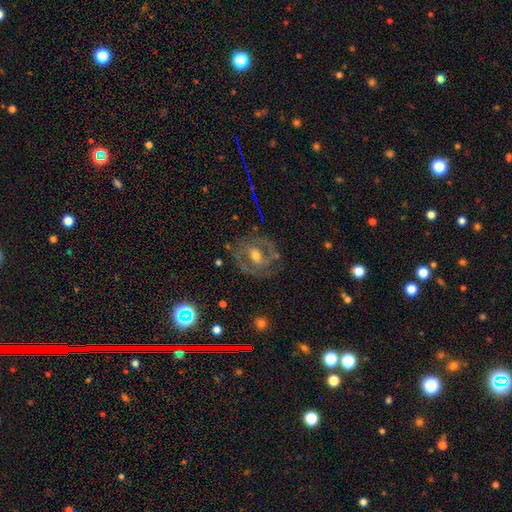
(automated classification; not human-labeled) A featured or disk galaxy (75%) with a weak bar (40%, tied with no), spiral arms (68%) and a moderate central bulge (69%). Merging: none (72%).